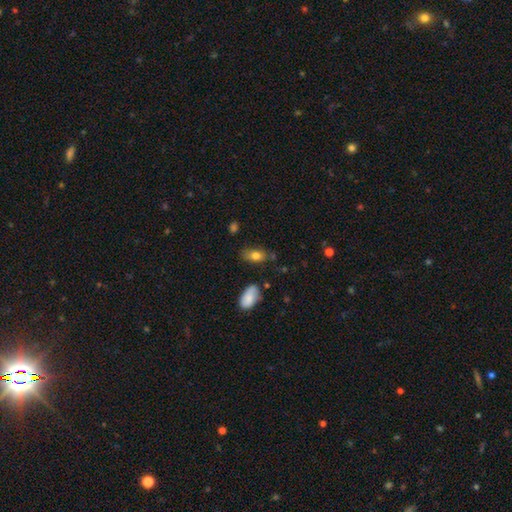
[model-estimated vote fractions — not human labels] A smooth galaxy with no disk features (80%) that is in between round and cigar-shaped (88%). Merging: none (67%).